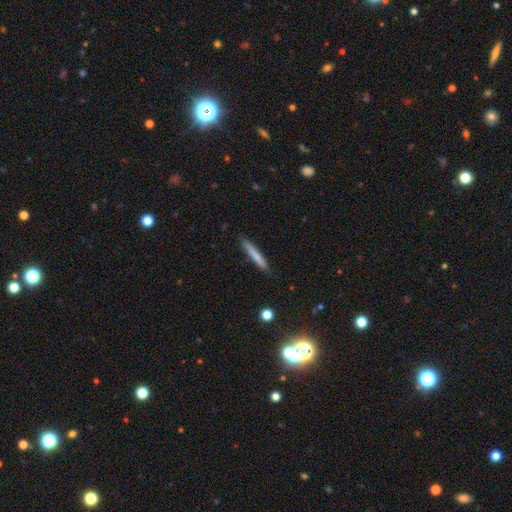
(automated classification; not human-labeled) Smooth or featured? smooth (73%)
How rounded? cigar-shaped (95%)
Merging? none (87%)